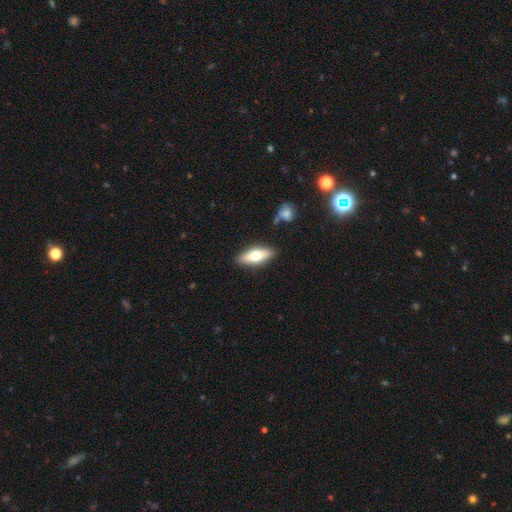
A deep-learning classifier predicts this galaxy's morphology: This appears to be a smooth galaxy with no disk features (58%) that is in between round and cigar-shaped (69%). Merging: none (87%).